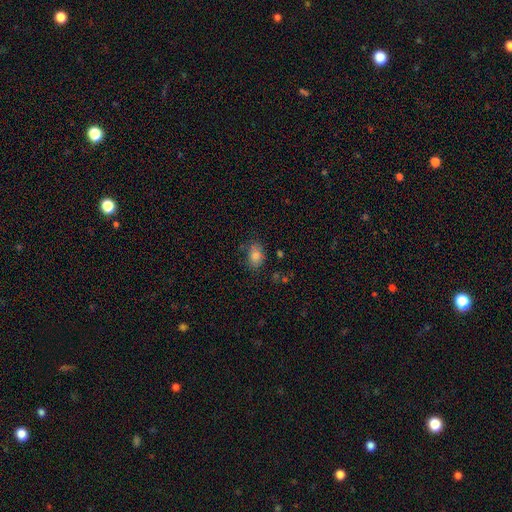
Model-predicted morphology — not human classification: The model was most divided on "merging": none: 74%, minor disturbance: 18%, major disturbance: 5%, merger: 3%. More confident: how rounded — in between (79%); smooth or featured — smooth (79%).